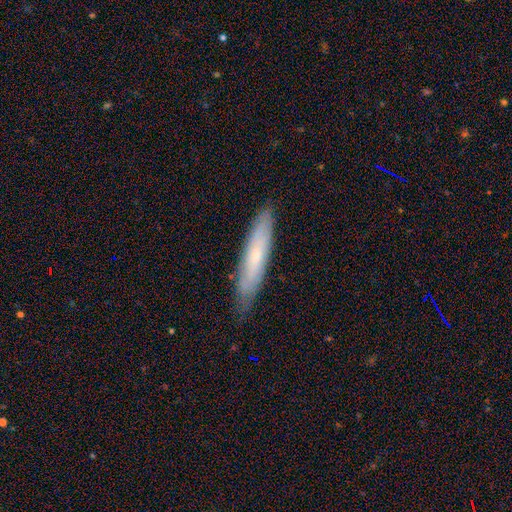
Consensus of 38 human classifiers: smooth-or-featured: smooth: 47% | featured or disk: 42% | star or artifact: 11%
  how-rounded: cigar-shaped: 78% | in between: 22% | round: 0%
  merging: none: 76% | minor disturbance: 21% | major disturbance: 3% | merger: 0%